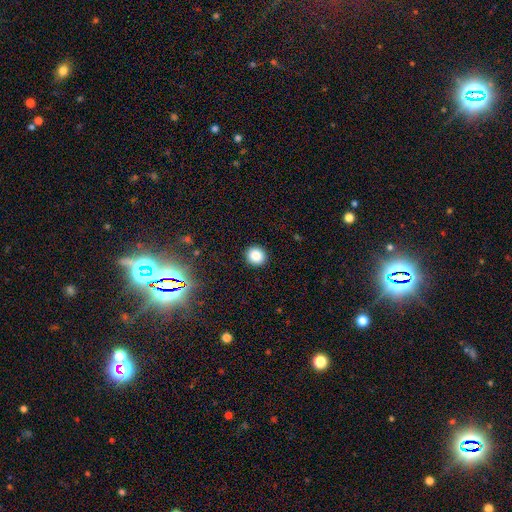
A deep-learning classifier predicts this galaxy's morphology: type=smooth (85%); roundness=round (88%); merging=none (92%).